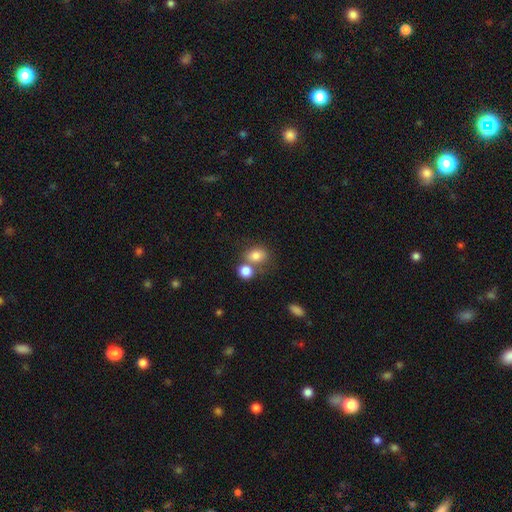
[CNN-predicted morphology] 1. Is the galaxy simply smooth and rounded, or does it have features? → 80% smooth, 11% star or artifact, 10% featured or disk.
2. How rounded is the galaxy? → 50% round, 48% in between, 1% cigar-shaped.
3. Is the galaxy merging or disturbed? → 46% none, 38% merger, 11% minor disturbance, 5% major disturbance.